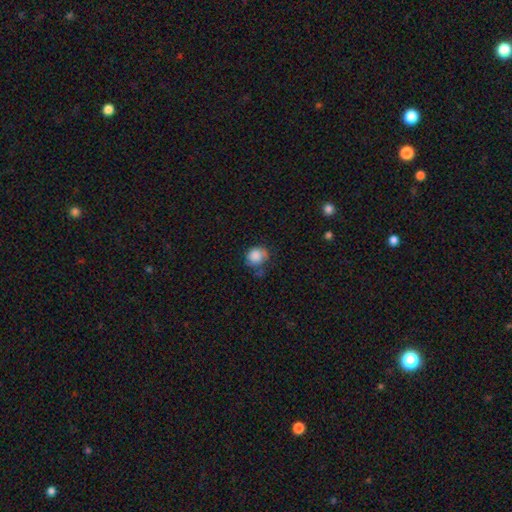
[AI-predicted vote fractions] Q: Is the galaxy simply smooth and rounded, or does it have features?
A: smooth — 82%.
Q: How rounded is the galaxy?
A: round — 76%.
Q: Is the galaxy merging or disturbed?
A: none — 48%.